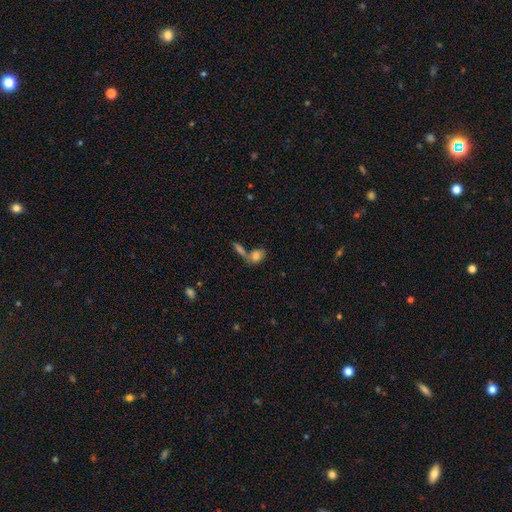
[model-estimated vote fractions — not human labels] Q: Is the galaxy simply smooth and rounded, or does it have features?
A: smooth — 78%.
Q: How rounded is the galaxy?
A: in between — 81%.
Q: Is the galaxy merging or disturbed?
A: none — 40%, tied with merger.